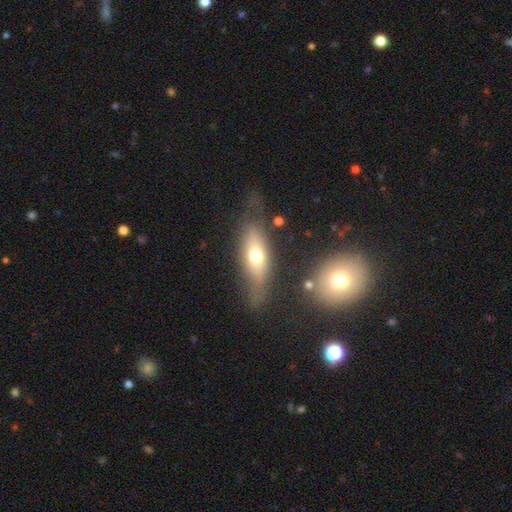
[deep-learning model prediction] A smooth galaxy with no disk features (55%) that is in between round and cigar-shaped (62%). Merging: none (60%).